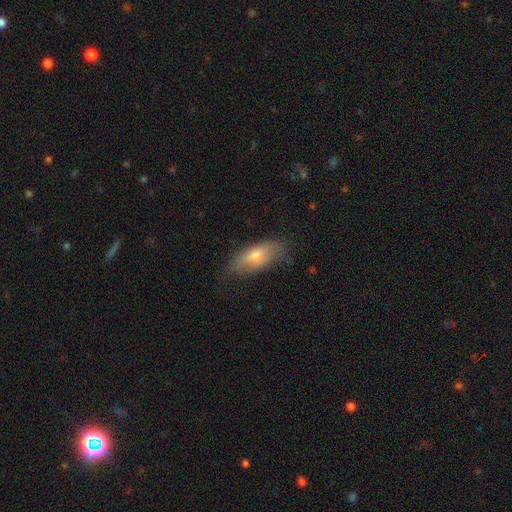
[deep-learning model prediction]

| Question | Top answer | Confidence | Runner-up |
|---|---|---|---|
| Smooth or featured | smooth | 68% | featured or disk (25%) |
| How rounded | in between | 70% | cigar-shaped (28%) |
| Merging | none | 69% | minor disturbance (23%) |